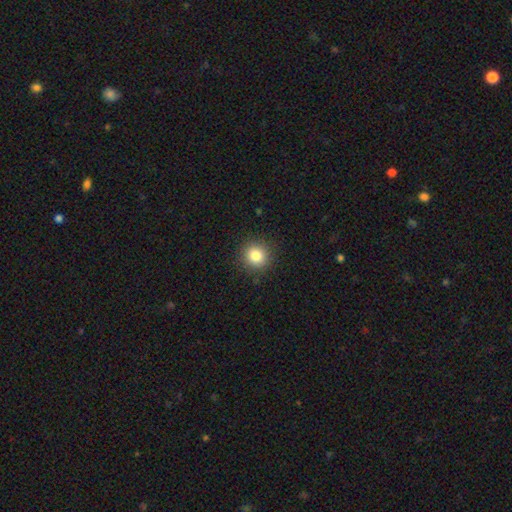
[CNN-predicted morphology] Smooth or featured? Predicted: smooth (p=0.83). How rounded? Predicted: round (p=0.92). Merging? Predicted: none (p=0.91).